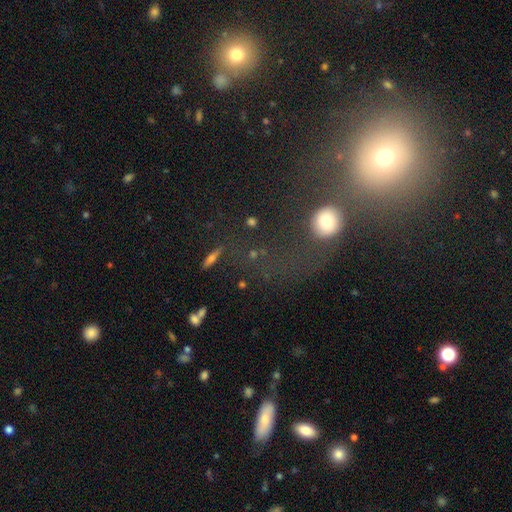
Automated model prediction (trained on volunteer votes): Smooth or featured? Predicted: smooth (p=0.50). Merging? Predicted: none (p=0.37).